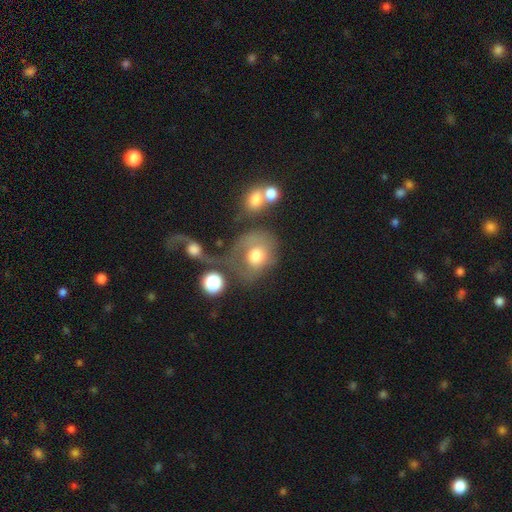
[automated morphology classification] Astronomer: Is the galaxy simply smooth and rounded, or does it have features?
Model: smooth — 58%.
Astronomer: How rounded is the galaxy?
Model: round — 65%.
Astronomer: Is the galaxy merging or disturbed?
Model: major disturbance — 32% (runner-up: none, 30%).